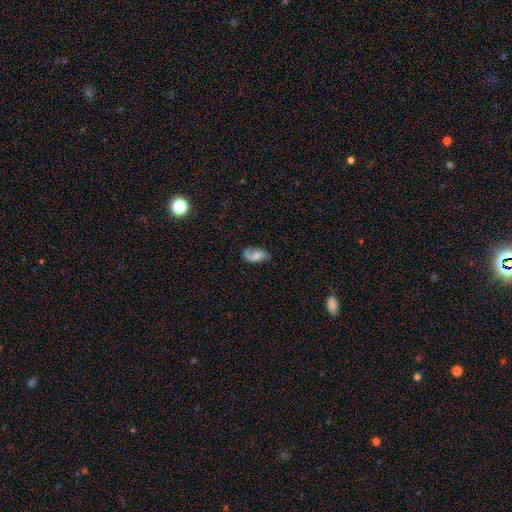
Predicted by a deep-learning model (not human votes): Q: Smooth or featured?
A: smooth (53%); runner-up: featured or disk (39%)
Q: How rounded?
A: in between (91%); runner-up: round (5%)
Q: Merging?
A: none (57%); runner-up: minor disturbance (28%)